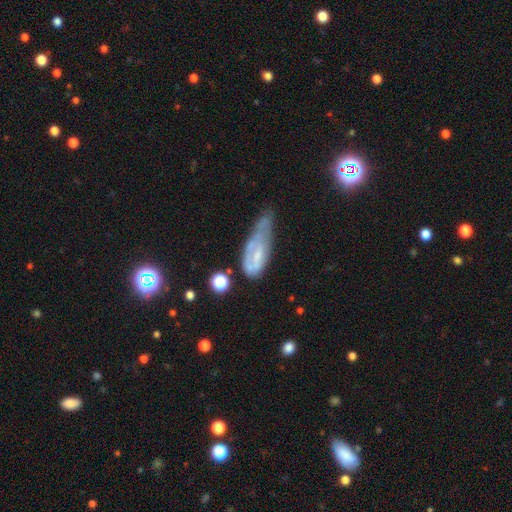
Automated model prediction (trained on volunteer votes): smooth_or_featured: featured or disk (p=0.53) [alt: smooth p=0.37]
disk_edge_on: no (p=0.86) [alt: yes p=0.14]
merging: minor disturbance (p=0.38) [alt: major disturbance p=0.34]